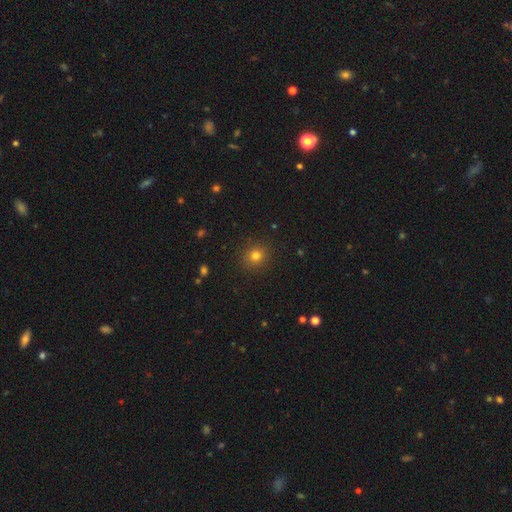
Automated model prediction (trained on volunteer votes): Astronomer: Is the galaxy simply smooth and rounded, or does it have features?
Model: smooth — 79%.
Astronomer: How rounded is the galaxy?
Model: round — 85%.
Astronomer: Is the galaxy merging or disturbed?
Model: none — 89%.